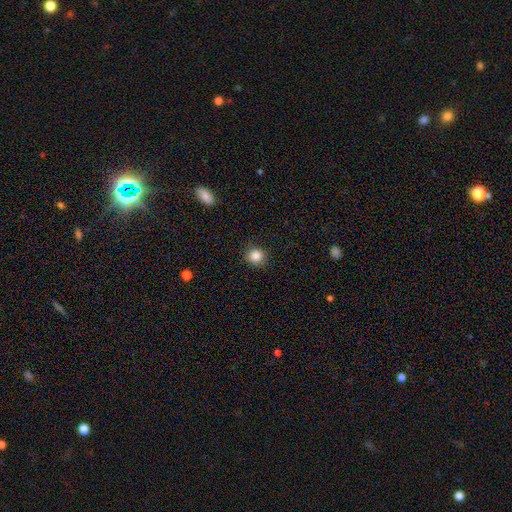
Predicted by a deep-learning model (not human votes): smooth 85%, star or artifact 10%, featured or disk 4%. Down the decision tree: how rounded — round (87%); merging — none (89%).